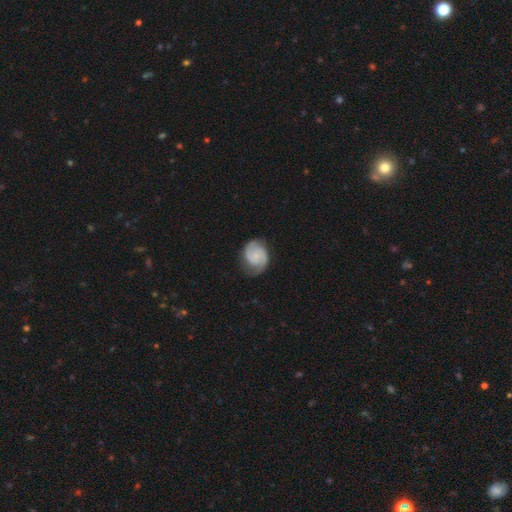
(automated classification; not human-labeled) This appears to be a featured or disk galaxy (72%) with no bar (70%), 2 (83%) medium (43%) spiral arms (95%) and a small central bulge (62%). Merging: none (66%).